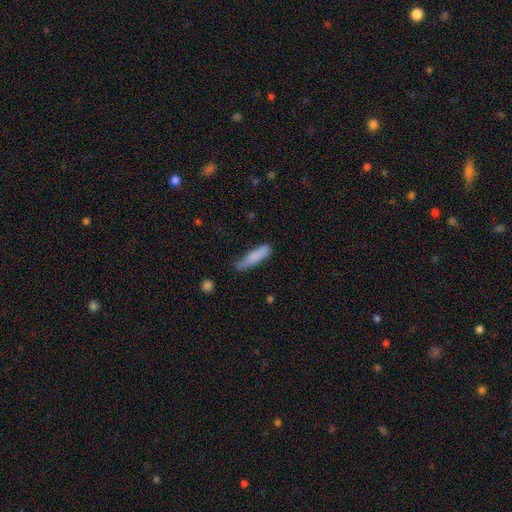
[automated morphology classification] Smooth or featured? Predicted: smooth (p=0.82). How rounded? Predicted: cigar-shaped (p=0.79). Merging? Predicted: none (p=0.63).